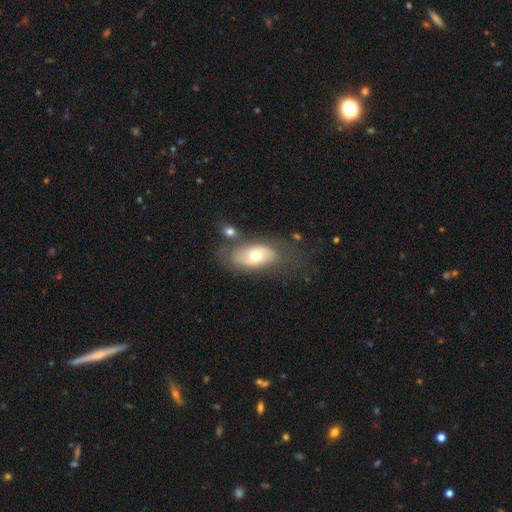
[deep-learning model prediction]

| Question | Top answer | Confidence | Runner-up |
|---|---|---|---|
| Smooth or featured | smooth | 59% | featured or disk (33%) |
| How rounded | in between | 89% | round (8%) |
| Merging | none | 60% | minor disturbance (20%) |